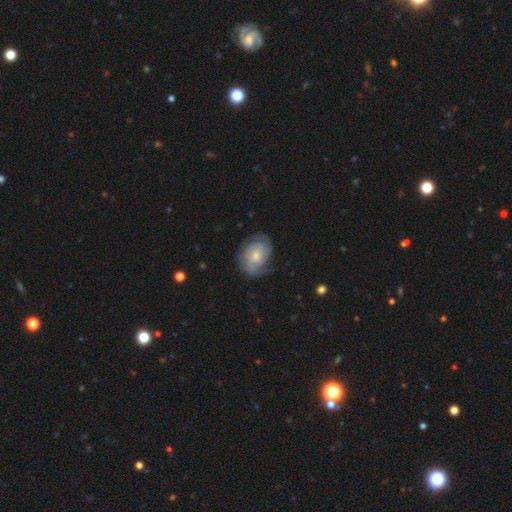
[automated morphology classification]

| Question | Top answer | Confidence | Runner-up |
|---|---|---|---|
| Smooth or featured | featured or disk | 63% | smooth (31%) |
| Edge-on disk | no | 97% | yes (3%) |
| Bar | no | 77% | weak (20%) |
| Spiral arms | yes | 86% | no (14%) |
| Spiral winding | tight | 61% | medium (29%) |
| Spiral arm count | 2 | 40% | can't tell (37%) |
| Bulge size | moderate | 48% | small (41%) |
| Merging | none | 69% | minor disturbance (21%) |